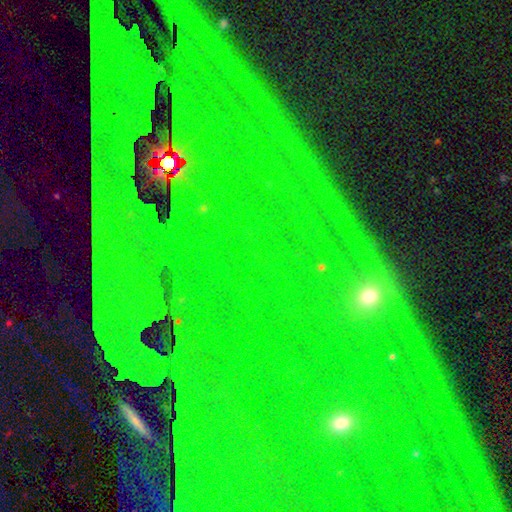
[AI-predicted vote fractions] Smooth or featured? star or artifact (77%)